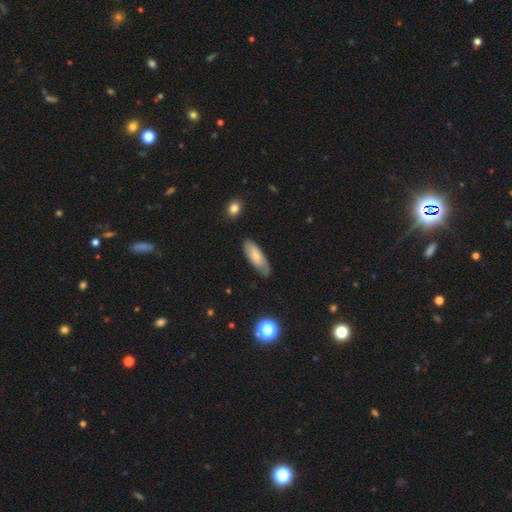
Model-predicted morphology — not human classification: Smooth or featured: smooth — 69% (featured or disk — 25%)
How rounded: in between — 67% (cigar-shaped — 31%)
Merging: none — 75% (minor disturbance — 20%)